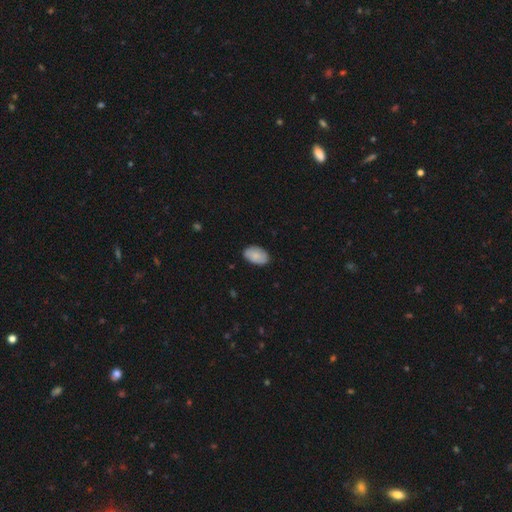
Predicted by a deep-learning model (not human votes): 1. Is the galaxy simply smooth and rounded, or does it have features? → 82% smooth, 12% featured or disk, 6% star or artifact.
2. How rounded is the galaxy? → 91% in between, 7% round, 1% cigar-shaped.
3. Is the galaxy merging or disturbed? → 84% none, 13% minor disturbance, 2% major disturbance, 1% merger.